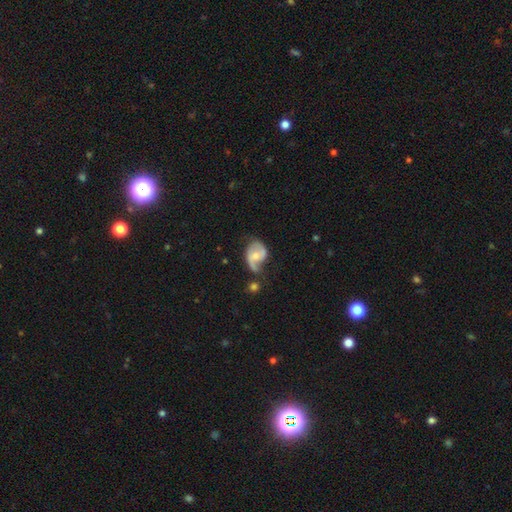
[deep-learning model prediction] smooth-or-featured: featured or disk: 73% | smooth: 21% | star or artifact: 6%
  disk-edge-on: no: 97% | yes: 3%
    bar: no: 55% | weak: 36% | strong: 8%
    has-spiral-arms: yes: 90% | no: 10%
      spiral-winding: medium: 42% | loose: 41% | tight: 17%
      spiral-arm-count: 2: 74% | 1: 16% | can't tell: 7% | 3: 1% | 4: 1% | more than 4: 1%
    bulge-size: moderate: 49% | small: 42% | none: 5% | large: 3% | dominant: 1%
  merging: none: 43% | minor disturbance: 30% | major disturbance: 19% | merger: 8%